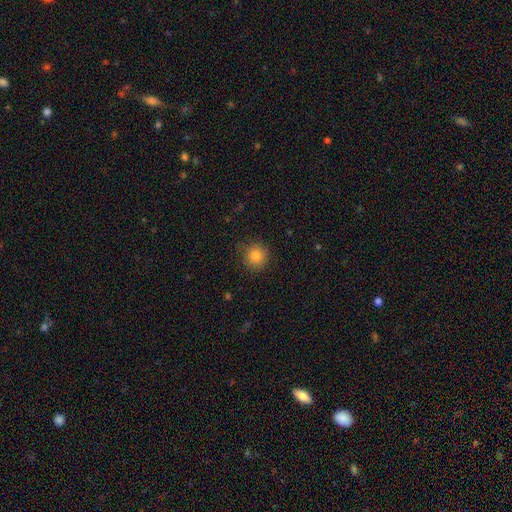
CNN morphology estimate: smooth_or_featured: smooth (p=0.81) [alt: star or artifact p=0.12]
how_rounded: round (p=0.92) [alt: in between p=0.07]
merging: none (p=0.86) [alt: minor disturbance p=0.11]